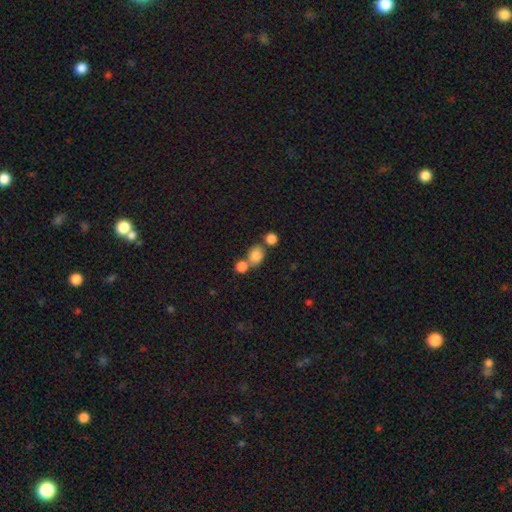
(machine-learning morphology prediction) Smooth or featured: smooth — 81% (star or artifact — 11%)
How rounded: round — 62% (in between — 37%)
Merging: none — 44% (merger — 42%)